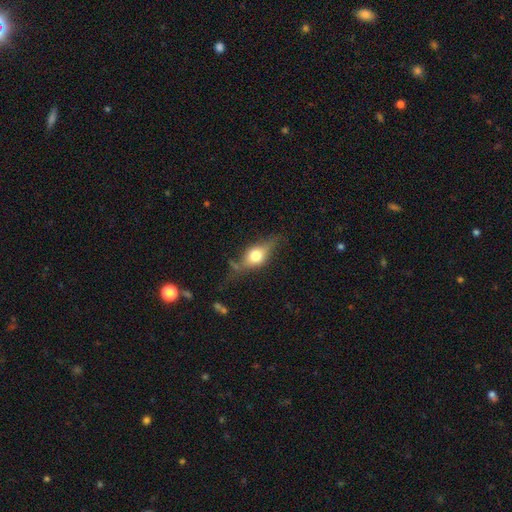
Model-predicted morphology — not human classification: Smooth or featured?
  - featured or disk: 46% *
  - smooth: 45%
  - star or artifact: 9%
Merging?
  - none: 61% *
  - minor disturbance: 24%
  - major disturbance: 11%
  - merger: 3%